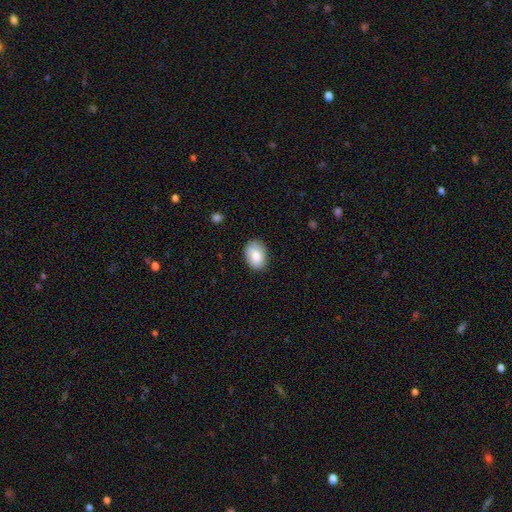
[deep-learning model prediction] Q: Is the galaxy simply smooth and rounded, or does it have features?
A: smooth — 80%.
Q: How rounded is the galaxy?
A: in between — 83%.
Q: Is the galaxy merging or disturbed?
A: none — 80%.